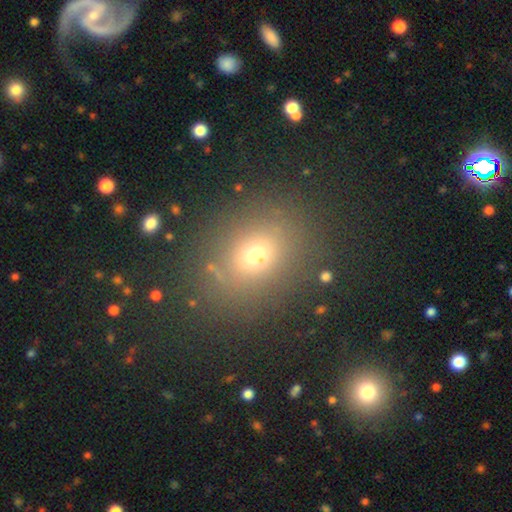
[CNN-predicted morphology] Smooth or featured? Predicted: smooth (p=0.63). How rounded? Predicted: round (p=0.62). Merging? Predicted: none (p=0.77).